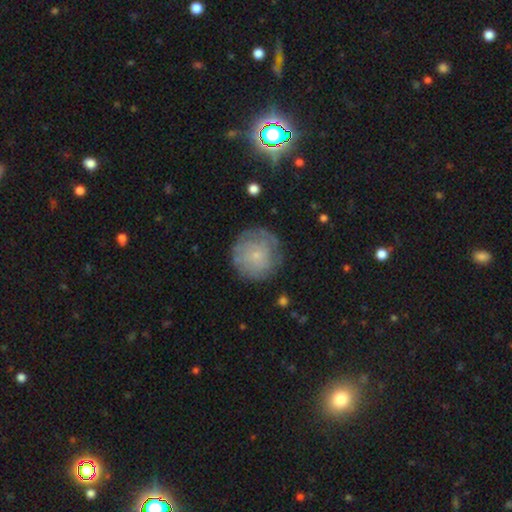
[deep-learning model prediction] Overall: smooth (51%; featured or disk 40%). How rounded: round (93%). Merging: none (74%).